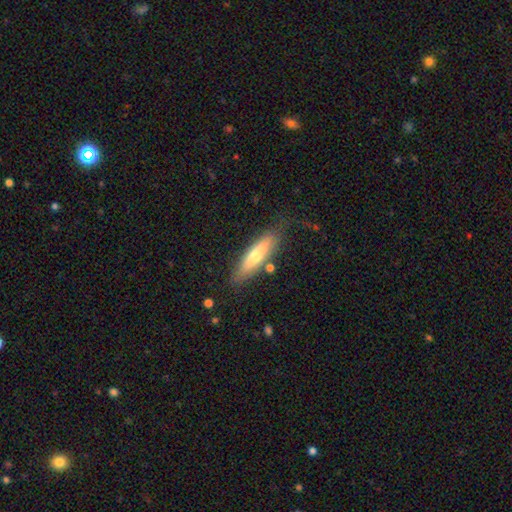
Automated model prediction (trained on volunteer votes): smooth_or_featured: smooth (p=0.56) [alt: featured or disk p=0.37]
how_rounded: cigar-shaped (p=0.73) [alt: in between p=0.25]
merging: none (p=0.77) [alt: minor disturbance p=0.15]